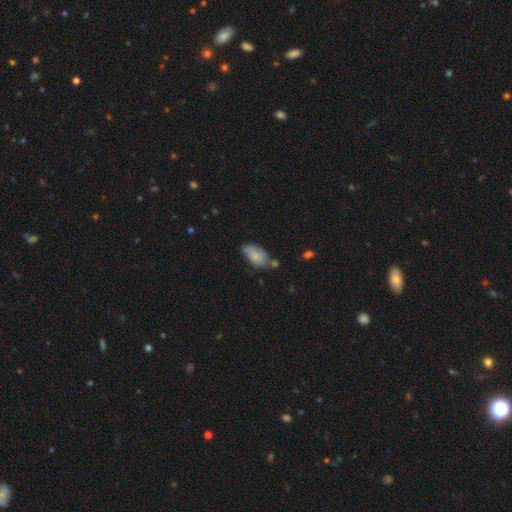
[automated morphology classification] Smooth or featured? Predicted: smooth (p=0.75). How rounded? Predicted: in between (p=0.92). Merging? Predicted: none (p=0.47).